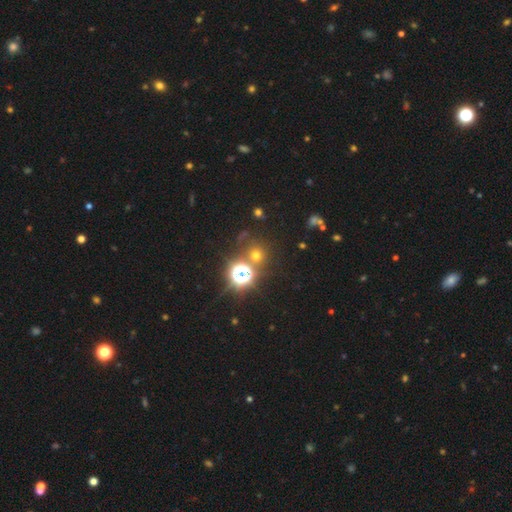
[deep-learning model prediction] Q: Smooth or featured?
A: smooth (55%); runner-up: star or artifact (37%)
Q: How rounded?
A: round (91%); runner-up: in between (8%)
Q: Merging?
A: none (76%); runner-up: merger (11%)